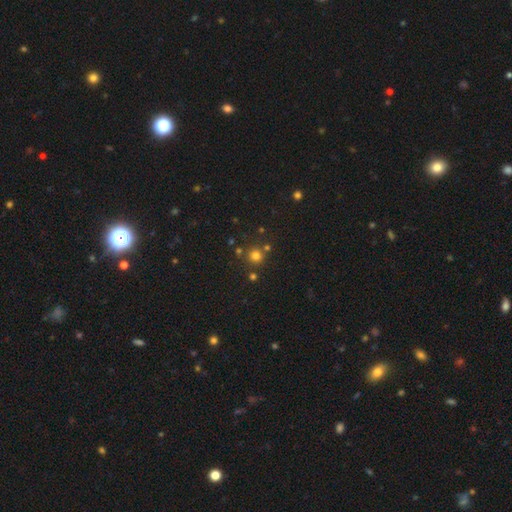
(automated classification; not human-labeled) Morphology: type=smooth (74%); roundness=round (93%); merging=none (77%).